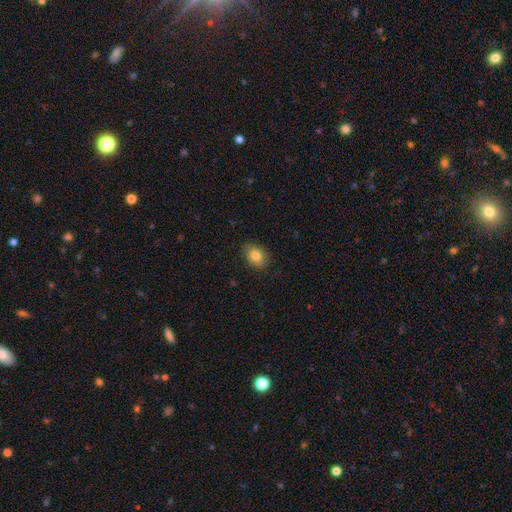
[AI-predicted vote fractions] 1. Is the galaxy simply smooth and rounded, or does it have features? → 83% smooth, 9% star or artifact, 8% featured or disk.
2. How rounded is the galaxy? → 71% in between, 28% round, 1% cigar-shaped.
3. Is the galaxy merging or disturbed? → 86% none, 11% minor disturbance, 2% major disturbance, 1% merger.